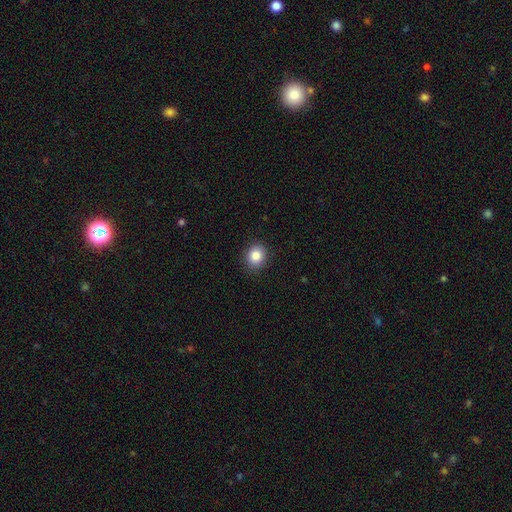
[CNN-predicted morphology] The model was most divided on "how rounded": round: 70%, in between: 29%, cigar-shaped: 1%. More confident: merging — none (90%); smooth or featured — smooth (85%).